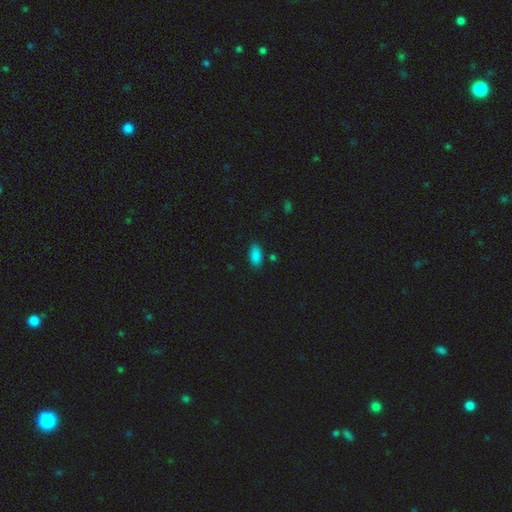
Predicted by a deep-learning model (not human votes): Smooth or featured? Predicted: smooth (p=0.86). How rounded? Predicted: in between (p=0.91). Merging? Predicted: none (p=0.84).